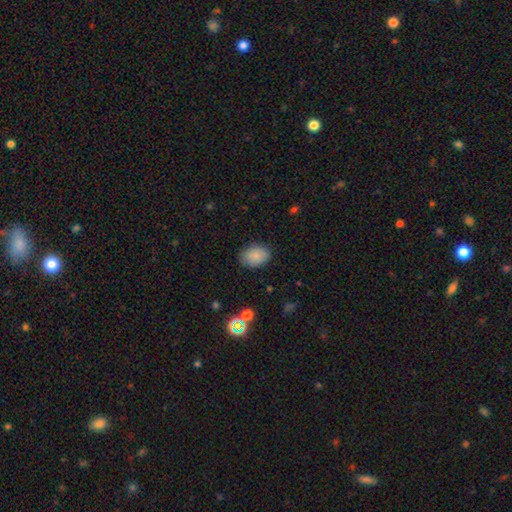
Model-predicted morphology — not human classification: smooth-or-featured: smooth: 85% | star or artifact: 9% | featured or disk: 7%
  how-rounded: in between: 82% | round: 17% | cigar-shaped: 1%
  merging: none: 84% | minor disturbance: 12% | major disturbance: 3% | merger: 1%